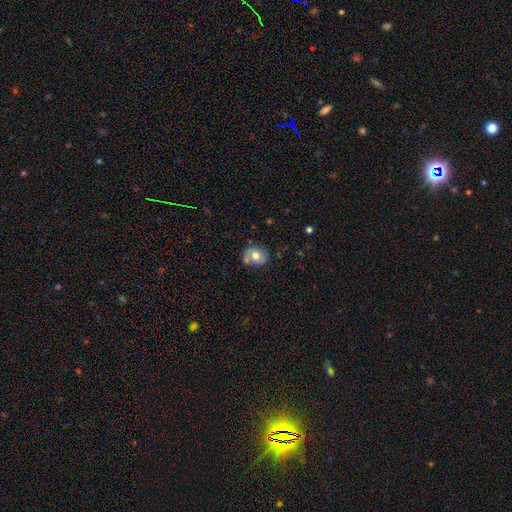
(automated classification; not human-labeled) Smooth or featured? smooth (68%)
How rounded? round (58%)
Merging? none (63%)